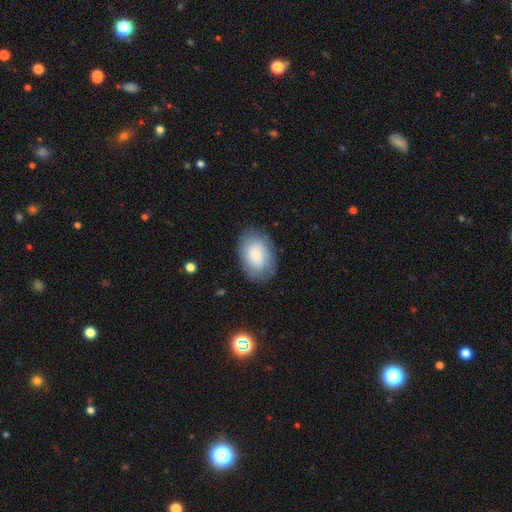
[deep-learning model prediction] Morphology: type=smooth (73%); roundness=in between (86%); merging=none (78%).